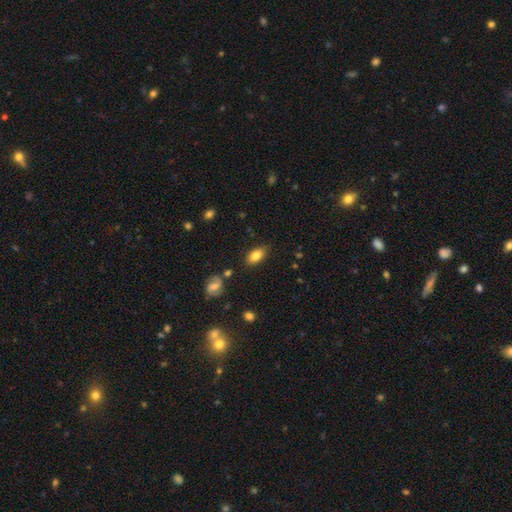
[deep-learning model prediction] This appears to be a smooth galaxy with no disk features (82%) that is in between round and cigar-shaped (90%). Merging: none (83%).